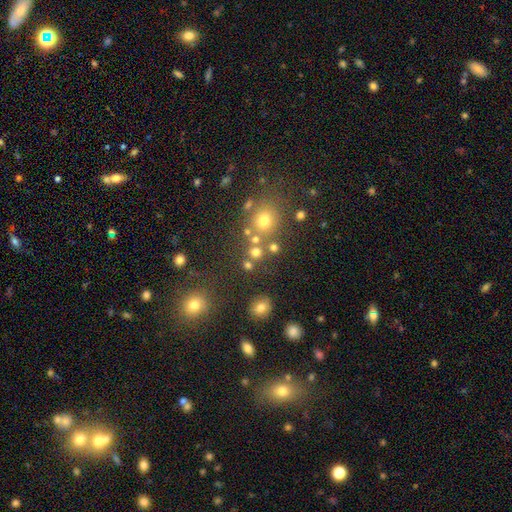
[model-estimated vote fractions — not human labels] smooth 57%, star or artifact 32%, featured or disk 11%. Down the decision tree: how rounded — round (80%); merging — none (70%).